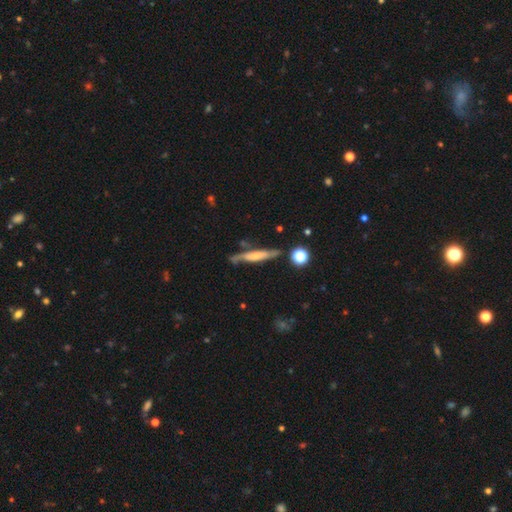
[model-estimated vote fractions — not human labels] Overall: featured or disk (53%; smooth 40%). Edge-on disk: yes (72%). Merging: none (65%).